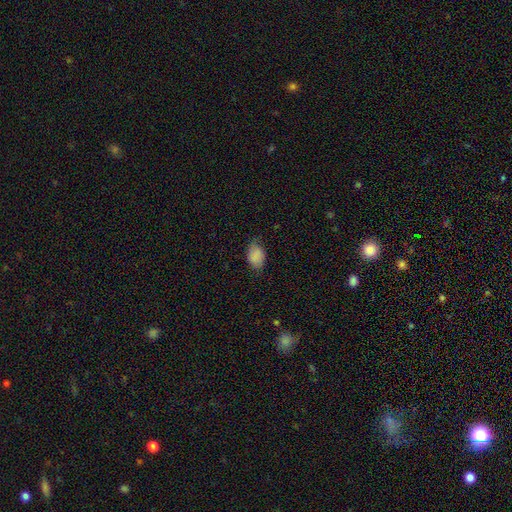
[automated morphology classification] A smooth galaxy with no disk features (85%) that is in between round and cigar-shaped (85%). Merging: none (65%).